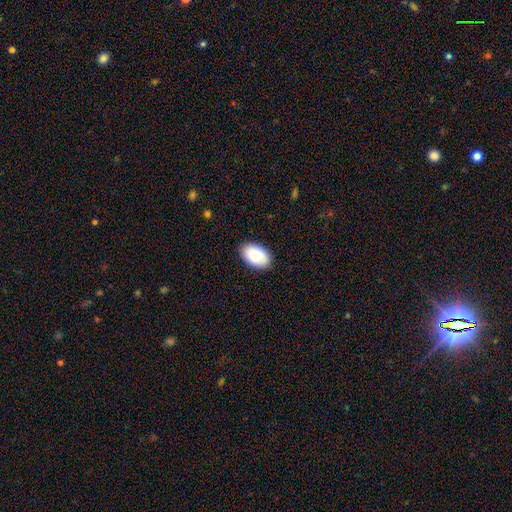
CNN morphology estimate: Smooth or featured? Predicted: smooth (p=0.81). How rounded? Predicted: in between (p=0.91). Merging? Predicted: none (p=0.88).